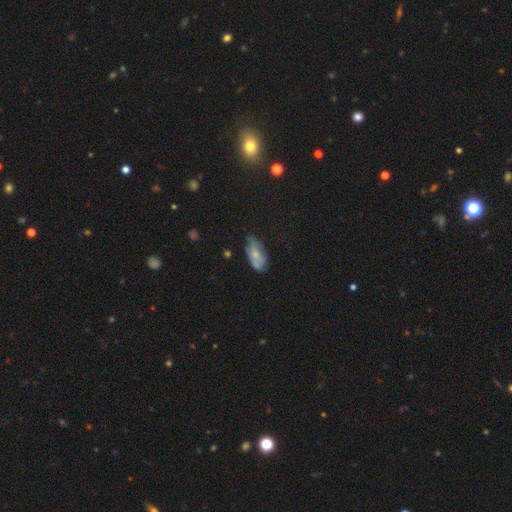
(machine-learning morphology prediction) smooth_or_featured: smooth (p=0.54) [alt: featured or disk p=0.36]
how_rounded: in between (p=0.86) [alt: cigar-shaped p=0.10]
merging: none (p=0.49) [alt: minor disturbance p=0.31]